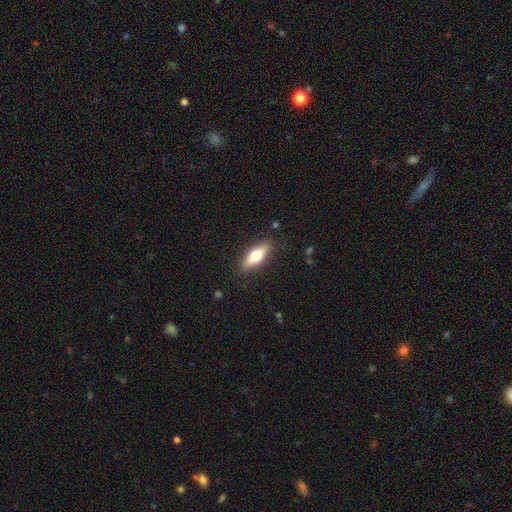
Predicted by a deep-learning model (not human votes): Smooth or featured: smooth — 63% (featured or disk — 31%)
How rounded: in between — 58% (cigar-shaped — 39%)
Merging: none — 87% (minor disturbance — 10%)